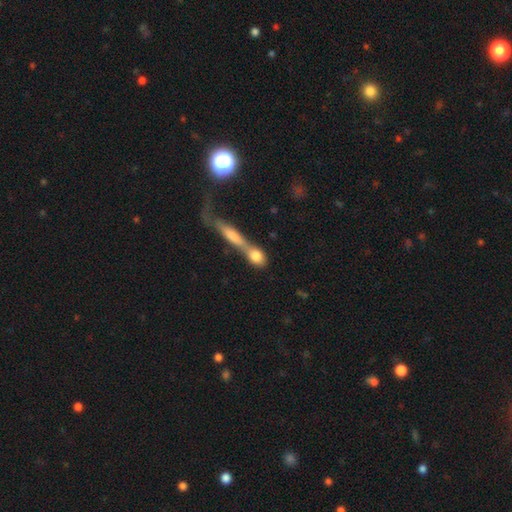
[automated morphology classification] smooth-or-featured: smooth: 74% | featured or disk: 18% | star or artifact: 8%
  how-rounded: in between: 44% | round: 38% | cigar-shaped: 18%
  merging: merger: 53% | none: 31% | minor disturbance: 9% | major disturbance: 6%